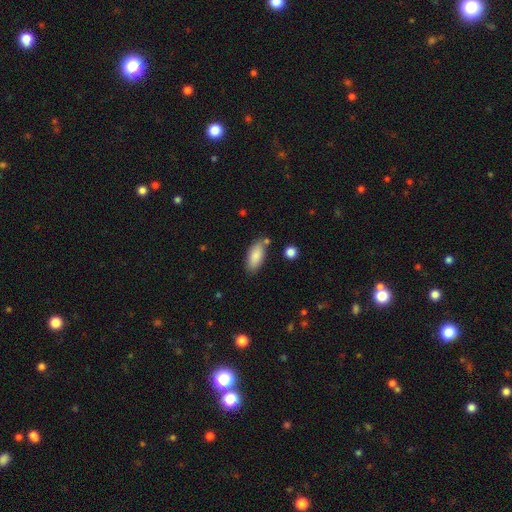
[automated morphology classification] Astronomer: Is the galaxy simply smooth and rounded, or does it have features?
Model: smooth — 86%.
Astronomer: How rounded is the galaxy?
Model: in between — 85%.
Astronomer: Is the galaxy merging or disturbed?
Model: none — 76%.